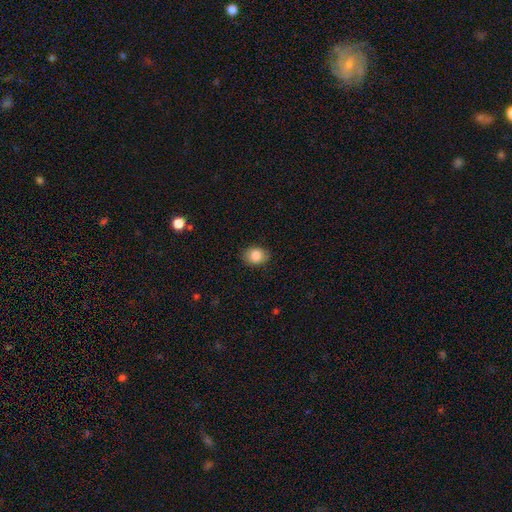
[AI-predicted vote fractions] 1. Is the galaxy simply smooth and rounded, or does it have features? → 85% smooth, 8% star or artifact, 6% featured or disk.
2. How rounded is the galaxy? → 59% in between, 40% round, 1% cigar-shaped.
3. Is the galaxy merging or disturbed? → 86% none, 11% minor disturbance, 2% major disturbance, 1% merger.